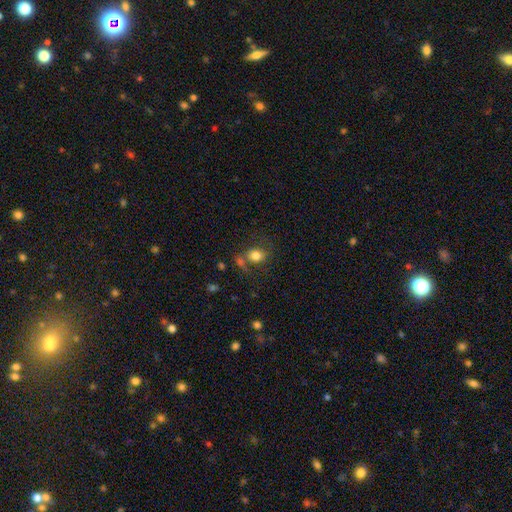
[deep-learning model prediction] A smooth galaxy with no disk features (75%) that is round (51%). Merging: none (52%).